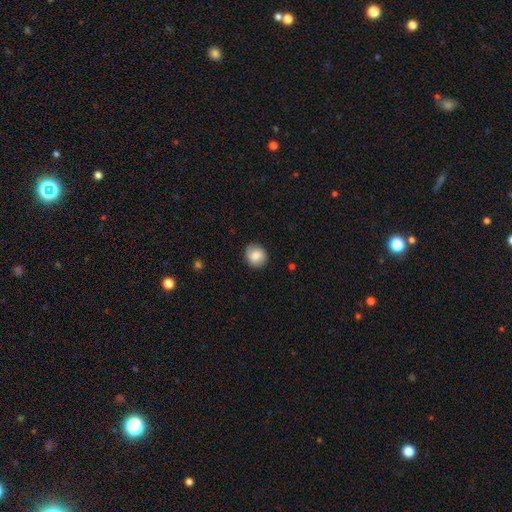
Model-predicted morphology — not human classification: smooth-or-featured: smooth: 77% | featured or disk: 16% | star or artifact: 8%
  how-rounded: round: 77% | in between: 23% | cigar-shaped: 1%
  merging: none: 85% | minor disturbance: 11% | major disturbance: 3% | merger: 1%